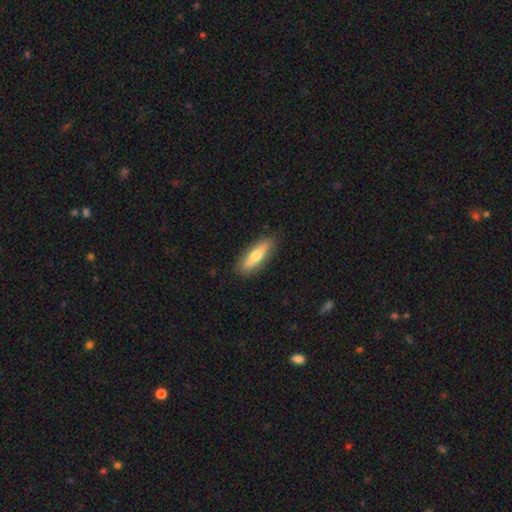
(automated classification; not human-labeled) Morphology: type=smooth (62%); roundness=cigar-shaped (58%); merging=none (87%).